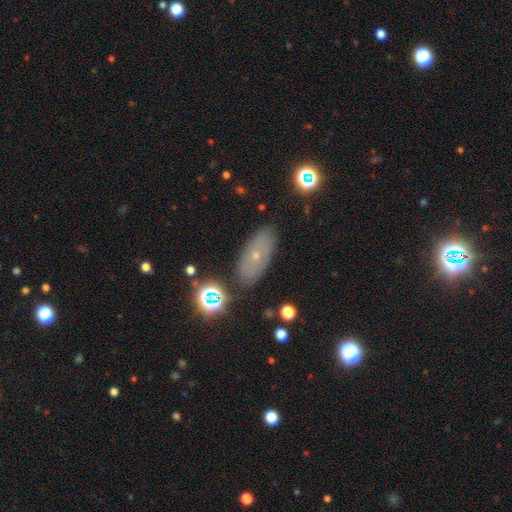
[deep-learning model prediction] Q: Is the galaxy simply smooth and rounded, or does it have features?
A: smooth — 52%.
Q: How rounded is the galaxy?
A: in between — 82%.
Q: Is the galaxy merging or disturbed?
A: none — 83%.